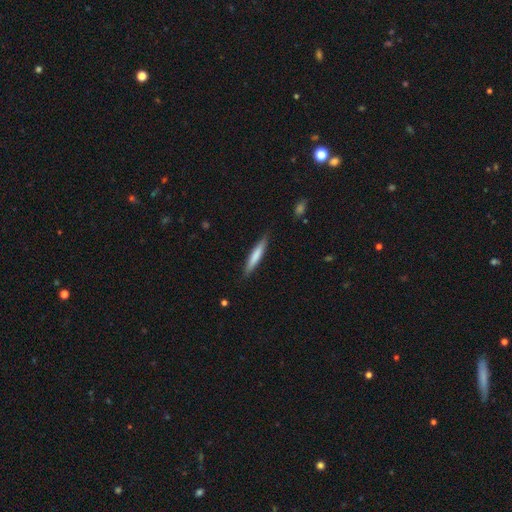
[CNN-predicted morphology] smooth-or-featured: smooth: 73% | featured or disk: 22% | star or artifact: 5%
  how-rounded: cigar-shaped: 91% | in between: 7% | round: 1%
  merging: none: 87% | minor disturbance: 10% | major disturbance: 2% | merger: 1%